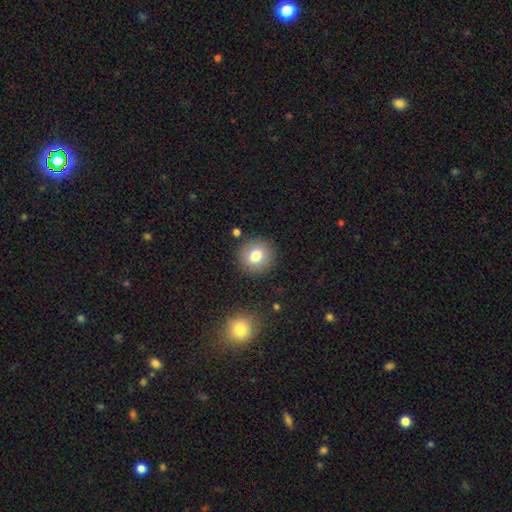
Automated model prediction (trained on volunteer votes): Morphology: type=smooth (79%); roundness=round (88%); merging=none (87%).